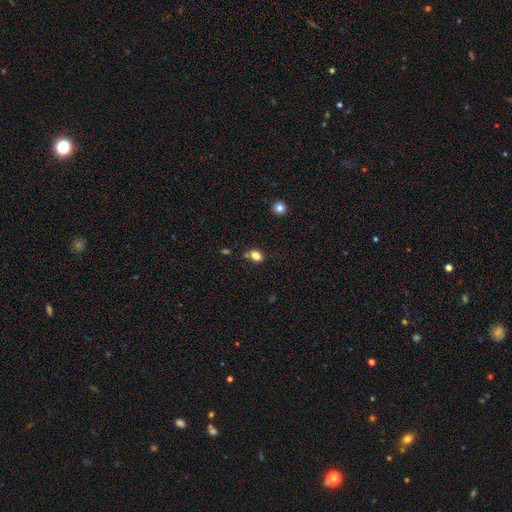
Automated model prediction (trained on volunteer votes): A smooth galaxy with no disk features (81%) that is in between round and cigar-shaped (59%). Merging: none (64%).